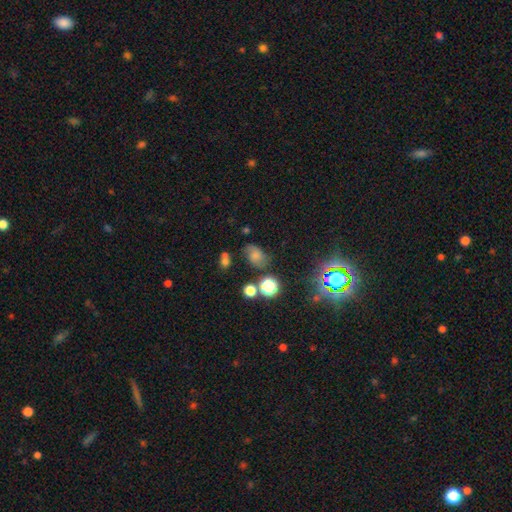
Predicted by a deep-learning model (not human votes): This appears to be a smooth galaxy with no disk features (60%) that is in between round and cigar-shaped (68%). Merging: none (61%).